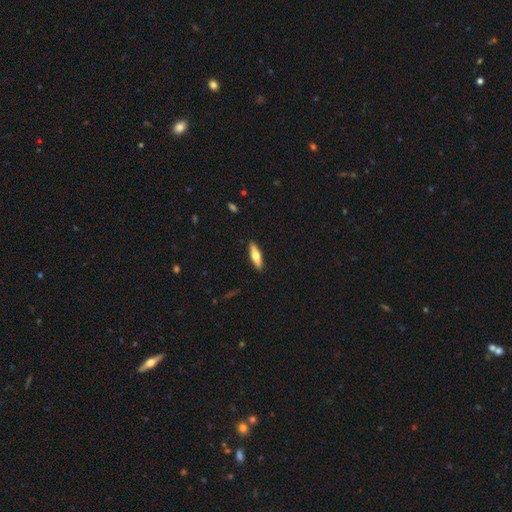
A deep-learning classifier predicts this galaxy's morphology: The model was most divided on "how rounded": cigar-shaped: 59%, in between: 39%, round: 2%. More confident: merging — none (91%); smooth or featured — smooth (58%).